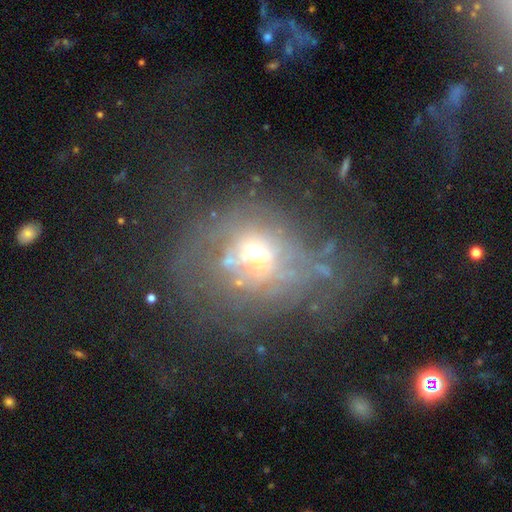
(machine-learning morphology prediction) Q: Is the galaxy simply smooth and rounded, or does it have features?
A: featured or disk — 46%.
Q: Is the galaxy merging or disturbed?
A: none — 44%.